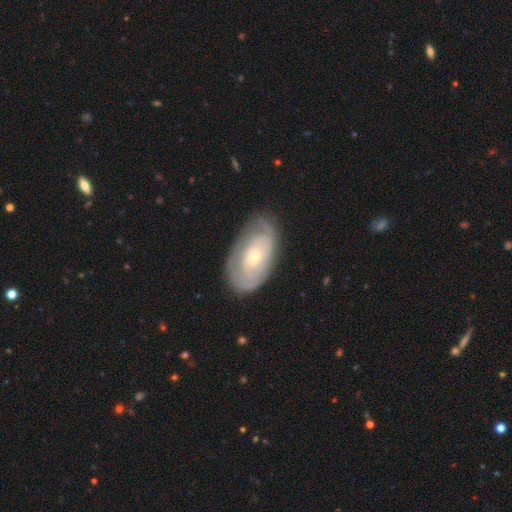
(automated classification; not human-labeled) A featured or disk galaxy (70%) with no bar (77%), tight (73%) spiral arms (77%) and a small central bulge (57%).

Vote fractions:
- Smooth or featured? featured or disk: 70% / smooth: 24% / star or artifact: 6%
- Edge-on disk? no: 94% / yes: 6%
- Bar? no: 77% / weak: 18% / strong: 5%
- Spiral arms? yes: 77% / no: 23%
- Spiral winding? tight: 73% / medium: 20% / loose: 7%
- Spiral arm count? can't tell: 50% / 2: 29% / 1: 7% / 3: 7% / 4: 3% / more than 4: 3%
- Bulge size? small: 57% / moderate: 39% / large: 3% / none: 1% / dominant: 1%
- Merging? none: 76% / minor disturbance: 18% / major disturbance: 5% / merger: 1%